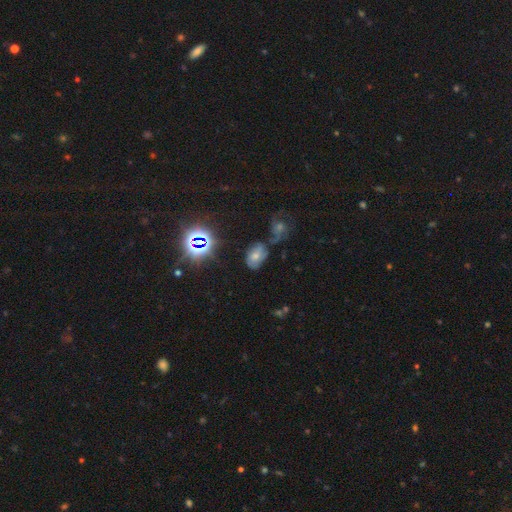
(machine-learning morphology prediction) Smooth or featured? smooth (38%)
Merging? none (44%)